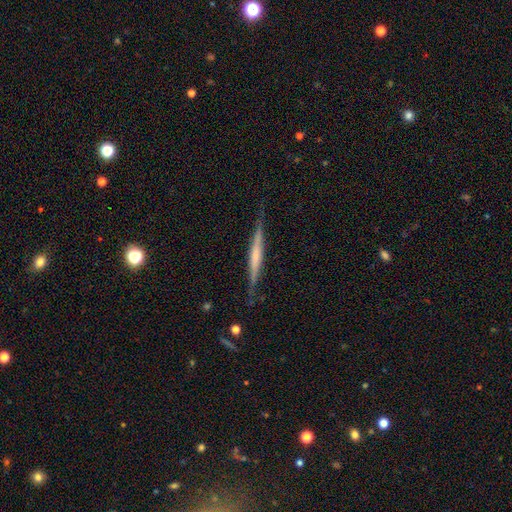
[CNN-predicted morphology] Smooth or featured? Predicted: featured or disk (p=0.62). Edge-on disk? Predicted: yes (p=0.97). Edge-on bulge? Predicted: none (p=0.50). Merging? Predicted: none (p=0.83).